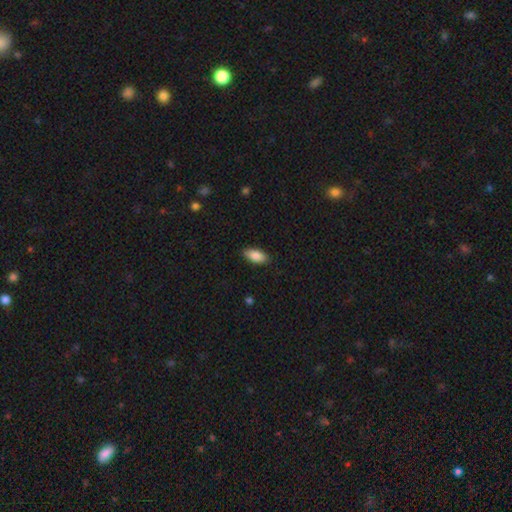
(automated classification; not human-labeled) Smooth or featured: smooth — 87% (featured or disk — 7%)
How rounded: in between — 89% (cigar-shaped — 9%)
Merging: none — 87% (minor disturbance — 10%)